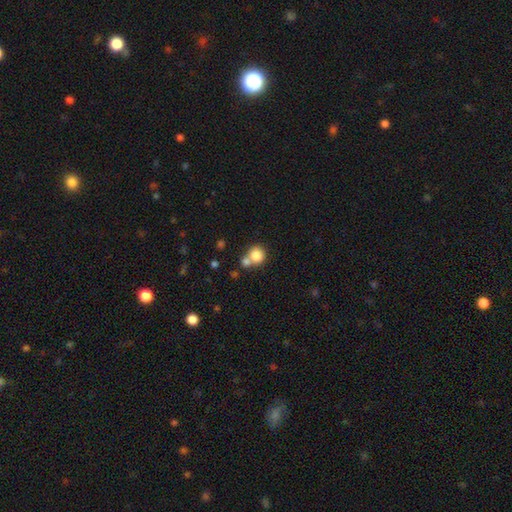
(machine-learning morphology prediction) Smooth or featured? Predicted: smooth (p=0.83). How rounded? Predicted: round (p=0.84). Merging? Predicted: none (p=0.44).